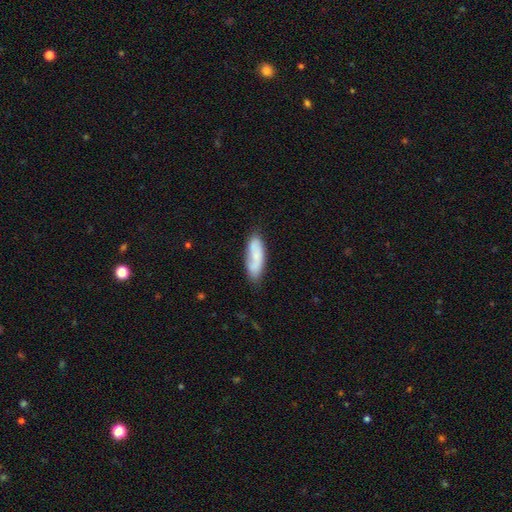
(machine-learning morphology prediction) Overall: smooth (68%). How rounded: in between (61%; cigar-shaped 37%). Merging: none (71%).